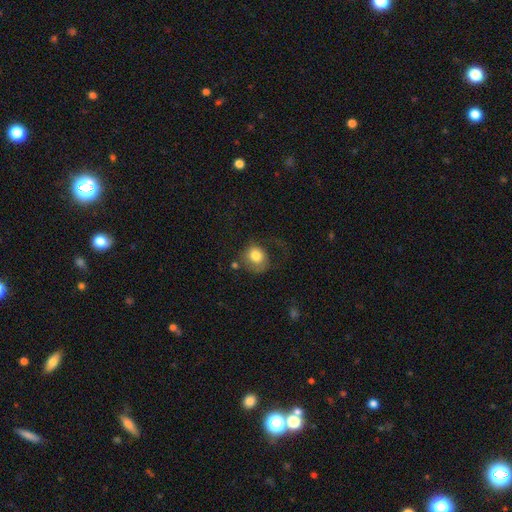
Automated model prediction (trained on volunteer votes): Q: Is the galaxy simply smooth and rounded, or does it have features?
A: smooth — 76%.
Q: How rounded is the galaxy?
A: round — 72%.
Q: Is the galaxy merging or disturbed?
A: none — 42%.